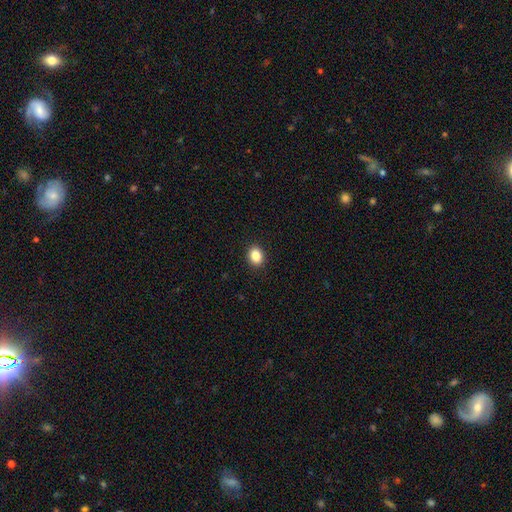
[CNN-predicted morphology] Q: Smooth or featured?
A: smooth (85%); runner-up: star or artifact (10%)
Q: How rounded?
A: in between (52%); runner-up: round (47%)
Q: Merging?
A: none (92%); runner-up: minor disturbance (6%)